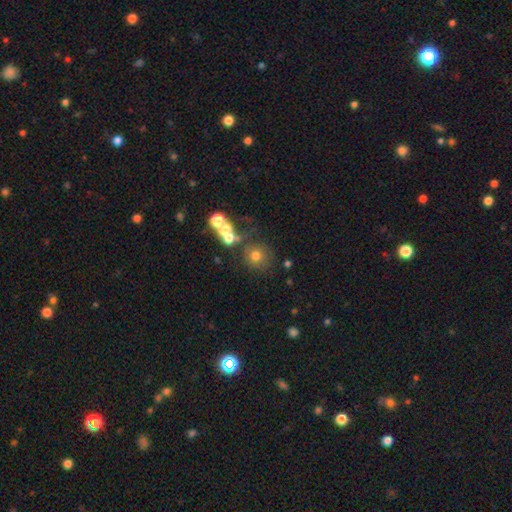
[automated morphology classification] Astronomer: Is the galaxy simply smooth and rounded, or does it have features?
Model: smooth — 67%.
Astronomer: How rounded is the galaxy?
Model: round — 88%.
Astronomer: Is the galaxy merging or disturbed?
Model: none — 59%.